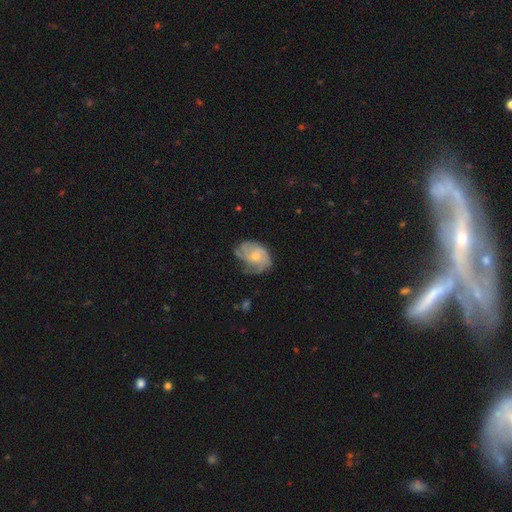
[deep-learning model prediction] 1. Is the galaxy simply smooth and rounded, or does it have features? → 72% featured or disk, 21% smooth, 7% star or artifact.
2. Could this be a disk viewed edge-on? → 98% no, 2% yes.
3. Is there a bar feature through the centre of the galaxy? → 76% no, 21% weak, 3% strong.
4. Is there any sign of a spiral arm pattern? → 90% yes, 10% no.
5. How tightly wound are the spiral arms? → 44% tight, 40% medium, 16% loose.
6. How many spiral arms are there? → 31% can't tell, 28% 3, 16% 2, 14% 4, 6% 1, 6% more than 4.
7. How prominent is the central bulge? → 51% small, 42% moderate, 4% none, 2% large, 1% dominant.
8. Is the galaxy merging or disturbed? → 59% none, 26% minor disturbance, 14% major disturbance, 2% merger.